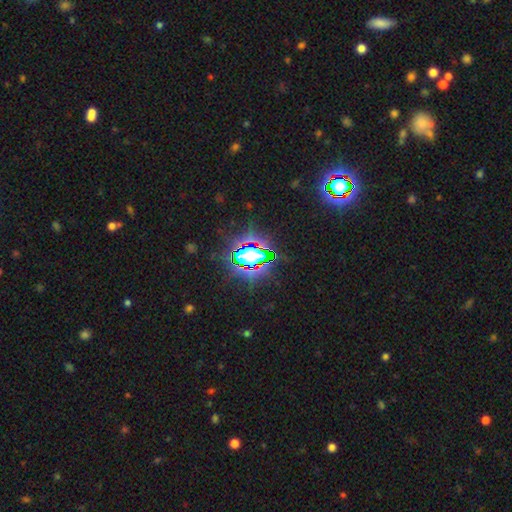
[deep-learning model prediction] star or artifact 76%, smooth 14%, featured or disk 10%.